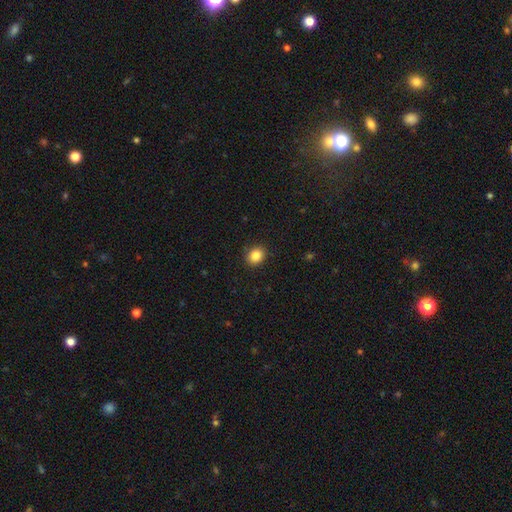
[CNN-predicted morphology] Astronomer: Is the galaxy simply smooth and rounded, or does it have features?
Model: smooth — 85%.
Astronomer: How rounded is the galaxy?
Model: round — 63%.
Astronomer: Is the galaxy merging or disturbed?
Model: none — 89%.